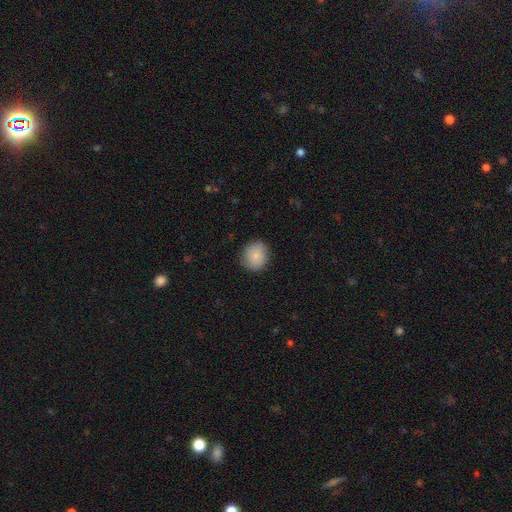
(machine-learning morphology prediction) Q: Smooth or featured?
A: smooth (82%); runner-up: featured or disk (10%)
Q: How rounded?
A: round (83%); runner-up: in between (16%)
Q: Merging?
A: none (84%); runner-up: minor disturbance (12%)